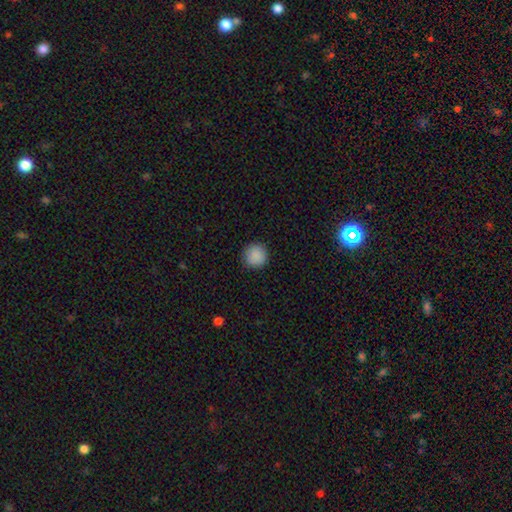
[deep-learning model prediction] A smooth galaxy with no disk features (89%) that is round (95%). Merging: none (90%).